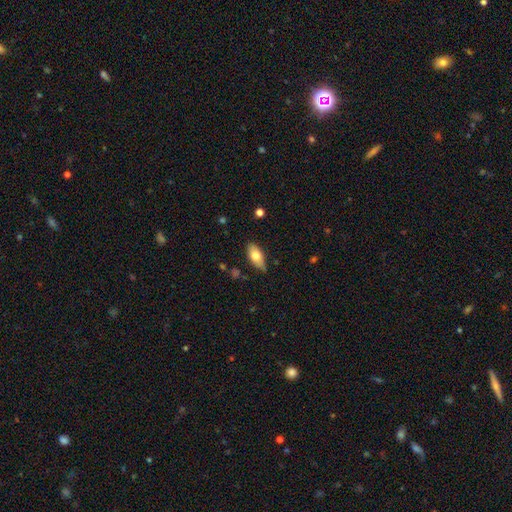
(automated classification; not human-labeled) This appears to be a smooth galaxy with no disk features (70%) that is in between round and cigar-shaped (87%). Merging: none (78%).